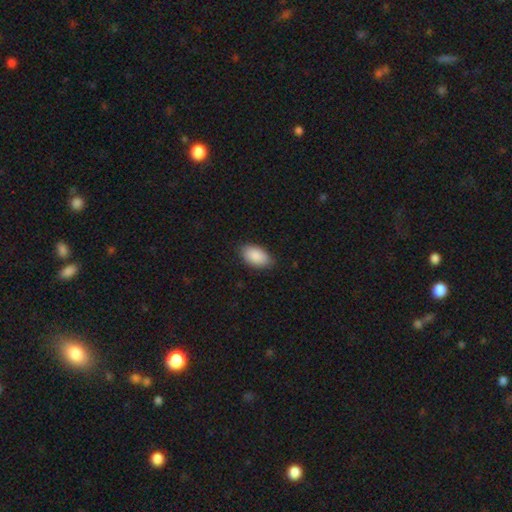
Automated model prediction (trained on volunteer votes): This appears to be a smooth galaxy with no disk features (89%) that is in between round and cigar-shaped (95%). Merging: none (83%).